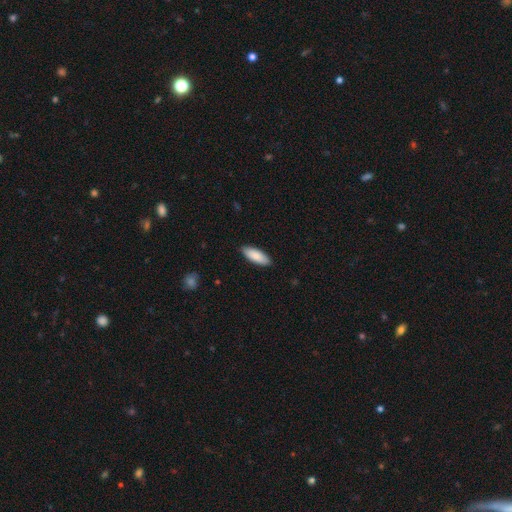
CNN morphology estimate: A smooth galaxy with no disk features (87%) that is in between round and cigar-shaped (74%).

Vote fractions:
- Smooth or featured? smooth: 87% / featured or disk: 8% / star or artifact: 5%
- How rounded? in between: 74% / cigar-shaped: 24% / round: 2%
- Merging? none: 87% / minor disturbance: 10% / major disturbance: 2% / merger: 1%